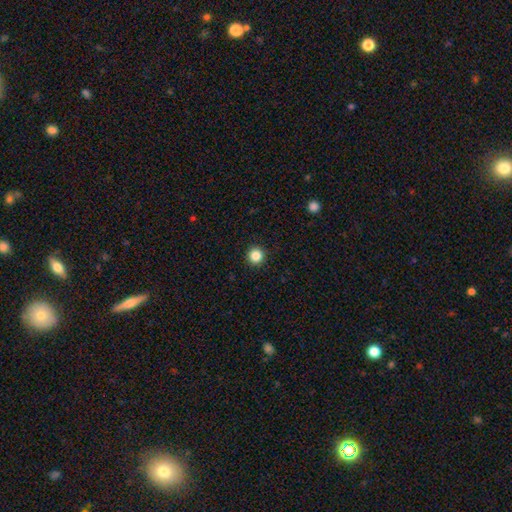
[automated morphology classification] A smooth galaxy with no disk features (86%) that is round (95%). Merging: none (93%).